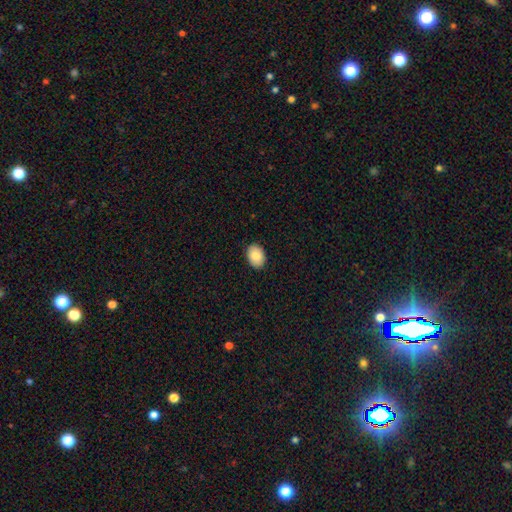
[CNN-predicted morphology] A smooth galaxy with no disk features (86%) that is in between round and cigar-shaped (80%). Merging: none (90%).